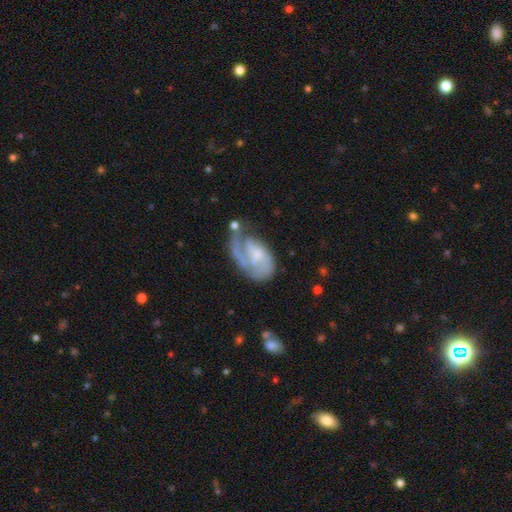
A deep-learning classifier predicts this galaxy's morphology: Smooth or featured: featured or disk — 75% (smooth — 19%)
Edge-on disk: no — 97% (yes — 3%)
Bar: no — 56% (weak — 37%)
Spiral arms: yes — 87% (no — 13%)
Spiral winding: medium — 40% (tight — 37%)
Spiral arm count: 1 — 56% (2 — 23%)
Bulge size: small — 49% (moderate — 25%)
Merging: none — 41% (major disturbance — 29%)